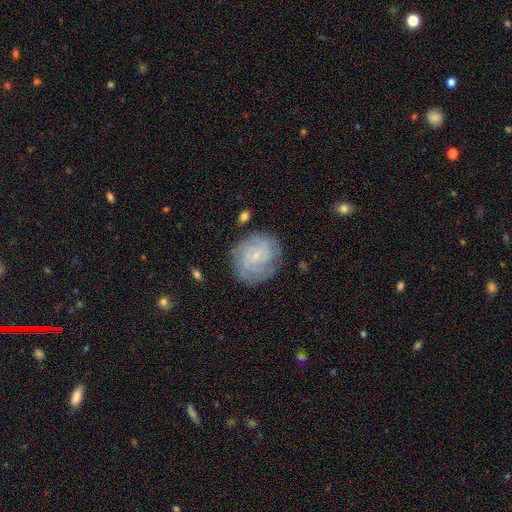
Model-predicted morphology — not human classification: type=featured or disk (74%); edge-on=no (98%); bar=no (63%); spiral arms=yes (94%); winding=tight (66%); arm count=can't tell (34%); bulge=small (81%); merging=none (78%).